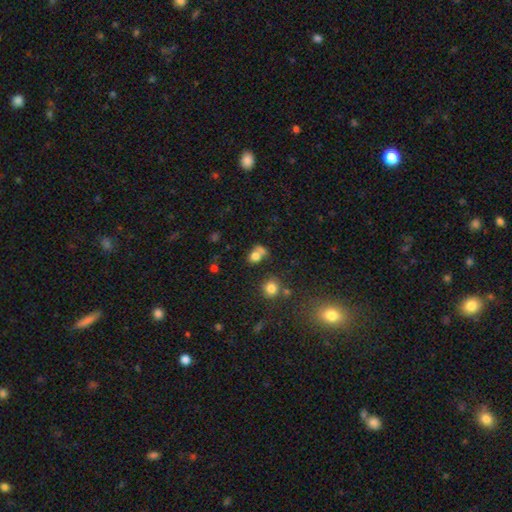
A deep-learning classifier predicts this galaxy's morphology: type=smooth (74%); roundness=in between (51%); merging=merger (44%).